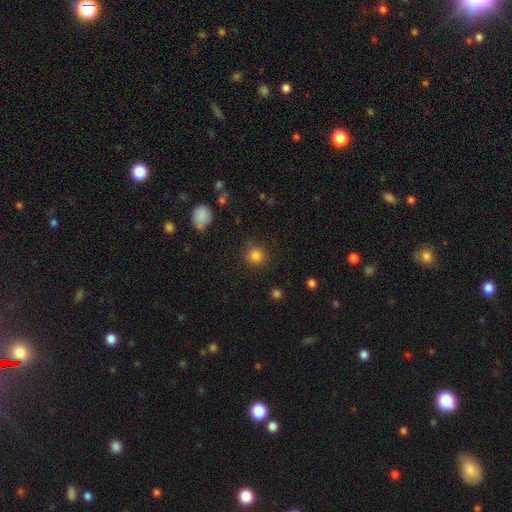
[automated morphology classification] Smooth or featured?
  - smooth: 83% *
  - star or artifact: 12%
  - featured or disk: 4%
How rounded?
  - round: 92% *
  - in between: 7%
  - cigar-shaped: 1%
Merging?
  - none: 84% *
  - minor disturbance: 10%
  - major disturbance: 4%
  - merger: 2%